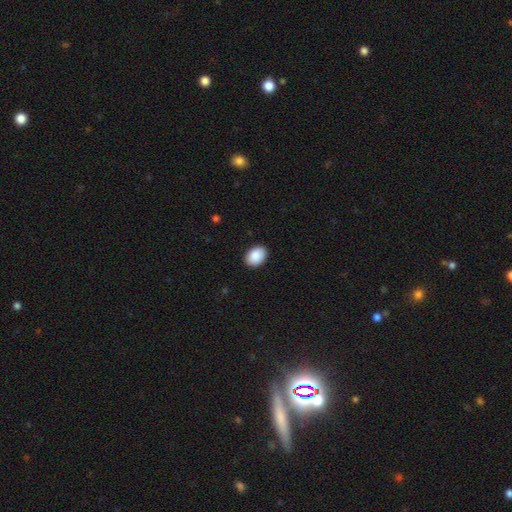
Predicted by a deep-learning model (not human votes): Smooth or featured? smooth (90%)
How rounded? in between (79%)
Merging? none (90%)